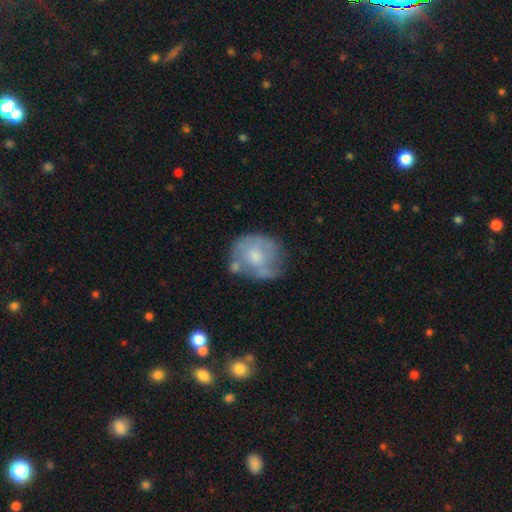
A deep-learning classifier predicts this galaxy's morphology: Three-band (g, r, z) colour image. It shows a featured or disk galaxy (48%). Merging: none (49%).